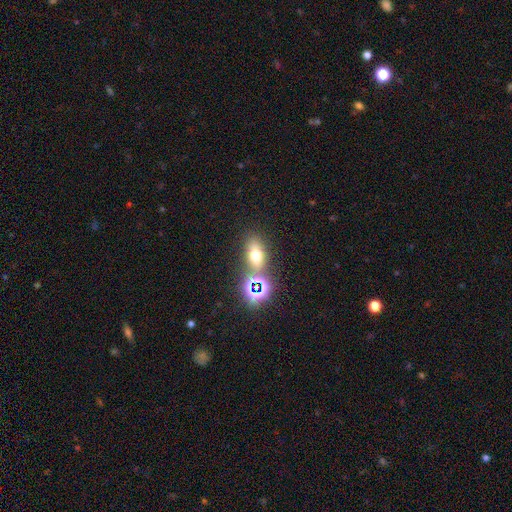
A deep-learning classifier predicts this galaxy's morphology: Overall: smooth (56%; star or artifact 29%). How rounded: in between (67%). Merging: none (68%).